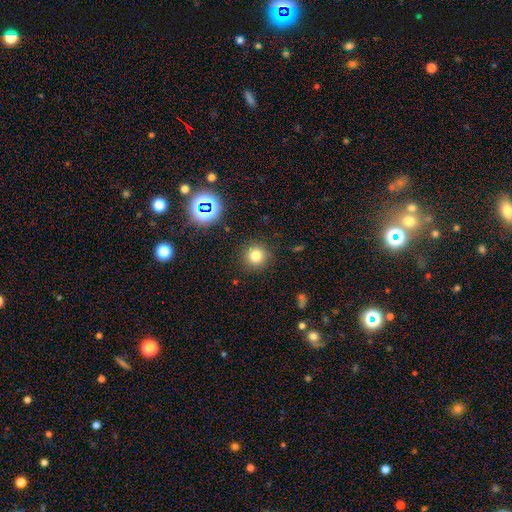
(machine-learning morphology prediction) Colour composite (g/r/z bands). It shows a smooth galaxy with no disk features (77%) that is round (94%). Merging: none (89%).